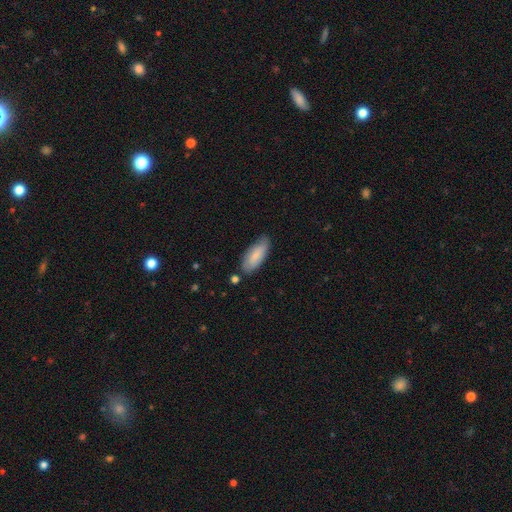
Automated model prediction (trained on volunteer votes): Overall: smooth (81%). How rounded: in between (78%). Merging: none (75%).